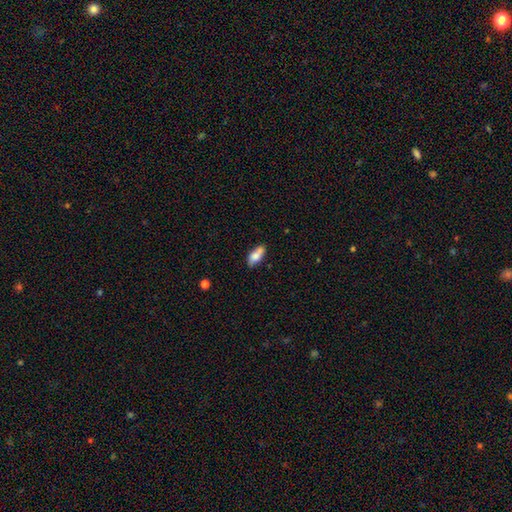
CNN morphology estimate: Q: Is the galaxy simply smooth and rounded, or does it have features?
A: smooth — 76%.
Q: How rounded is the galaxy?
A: in between — 81%.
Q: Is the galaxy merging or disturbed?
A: none — 64%.